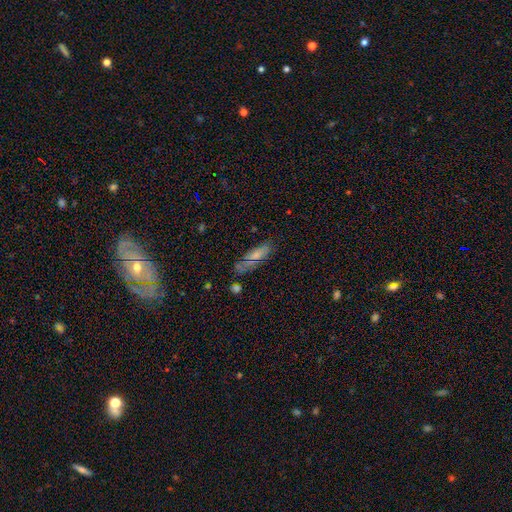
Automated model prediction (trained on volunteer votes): A smooth galaxy with no disk features (63%) that is cigar-shaped (50%). Merging: none (65%).